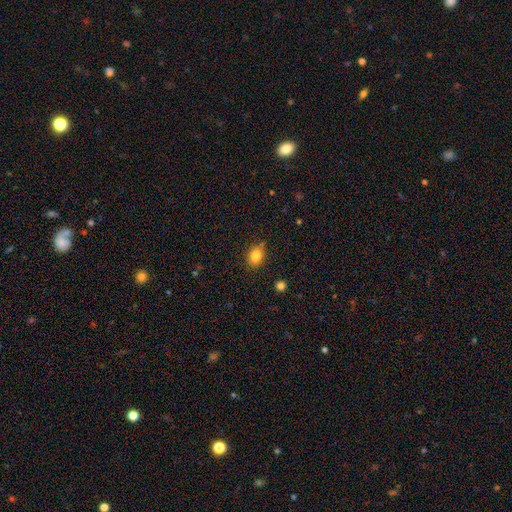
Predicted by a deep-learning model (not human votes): Morphology: type=smooth (82%); roundness=in between (50%); merging=none (80%).